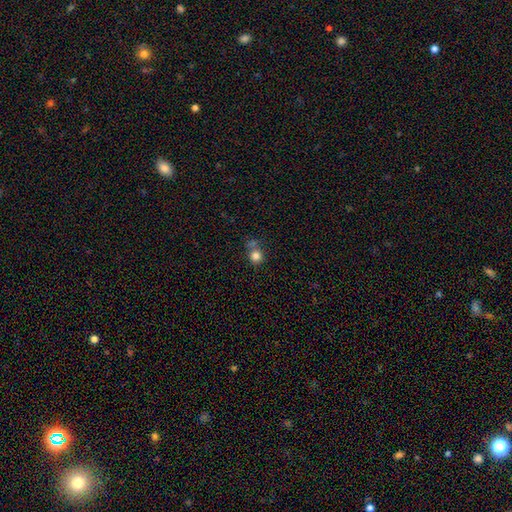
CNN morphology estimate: Smooth or featured?
  - smooth: 82% *
  - star or artifact: 12%
  - featured or disk: 7%
How rounded?
  - round: 90% *
  - in between: 9%
  - cigar-shaped: 1%
Merging?
  - none: 61% *
  - merger: 21%
  - minor disturbance: 13%
  - major disturbance: 5%